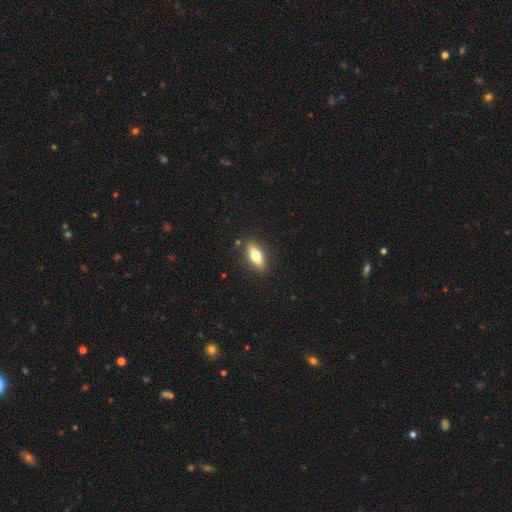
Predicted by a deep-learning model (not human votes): smooth 70%, featured or disk 23%, star or artifact 7%. Down the decision tree: how rounded — in between (75%); merging — none (85%).